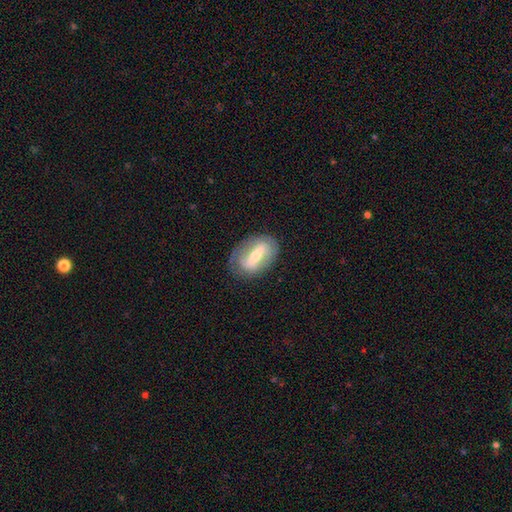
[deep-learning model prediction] Q: Smooth or featured?
A: featured or disk (63%); runner-up: smooth (30%)
Q: Edge-on disk?
A: no (84%); runner-up: yes (16%)
Q: Bar?
A: strong (65%); runner-up: weak (24%)
Q: Spiral arms?
A: no (51%); runner-up: yes (49%)
Q: Bulge size?
A: moderate (50%); runner-up: small (42%)
Q: Merging?
A: none (76%); runner-up: minor disturbance (16%)